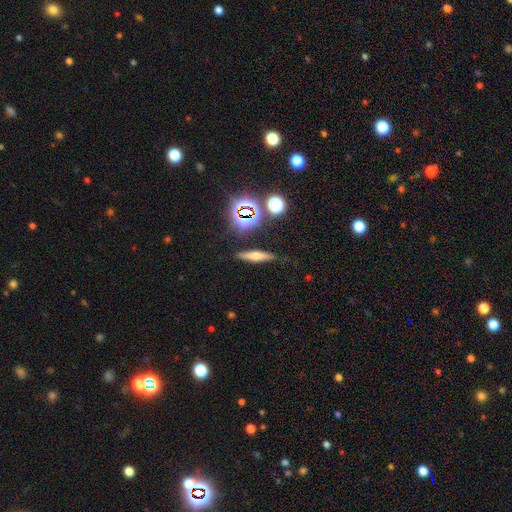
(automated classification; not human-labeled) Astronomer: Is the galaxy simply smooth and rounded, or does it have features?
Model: smooth — 51% (runner-up: featured or disk, 32%).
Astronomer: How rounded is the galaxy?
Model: cigar-shaped — 78%.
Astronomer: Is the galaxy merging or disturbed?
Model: none — 86%.